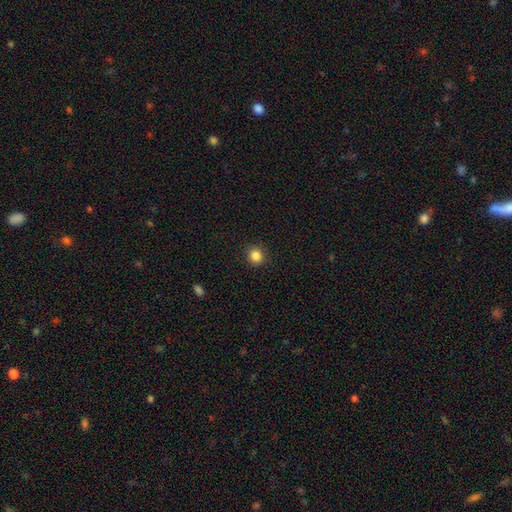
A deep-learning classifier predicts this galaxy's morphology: A smooth galaxy with no disk features (85%) that is round (87%).

Vote fractions:
- Smooth or featured? smooth: 85% / star or artifact: 11% / featured or disk: 4%
- How rounded? round: 87% / in between: 12% / cigar-shaped: 1%
- Merging? none: 90% / minor disturbance: 7% / major disturbance: 2% / merger: 1%